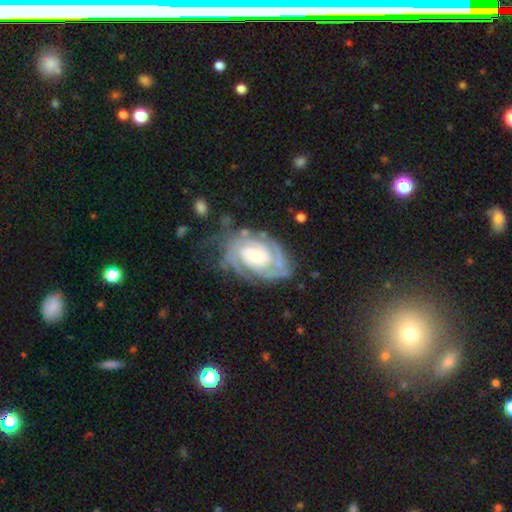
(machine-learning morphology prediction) smooth_or_featured: featured or disk (p=0.88) [alt: smooth p=0.07]
disk_edge_on: no (p=0.97) [alt: yes p=0.03]
bar: no (p=0.55) [alt: weak p=0.34]
has_spiral_arms: yes (p=0.96) [alt: no p=0.04]
spiral_winding: tight (p=0.71) [alt: medium p=0.25]
spiral_arm_count: 2 (p=0.36) [alt: can't tell p=0.26]
bulge_size: small (p=0.46) [tied with: moderate p=0.46]
merging: none (p=0.64) [alt: minor disturbance p=0.22]